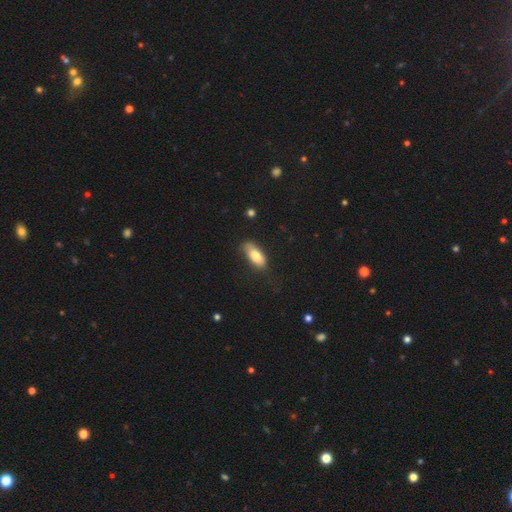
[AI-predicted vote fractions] Morphology: type=smooth (78%); roundness=in between (85%); merging=none (64%).